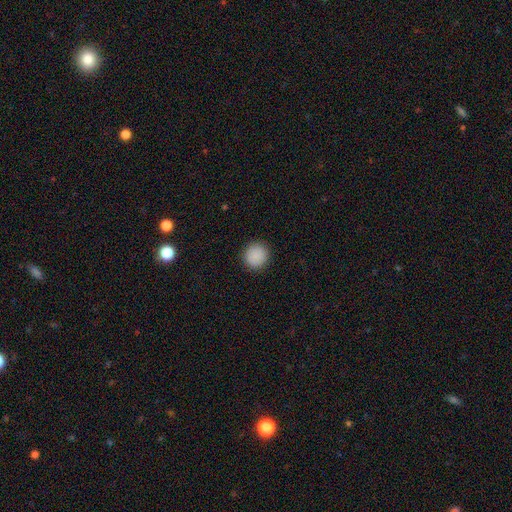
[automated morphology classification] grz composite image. It shows a smooth galaxy with no disk features (89%) that is round (93%). Merging: none (92%).